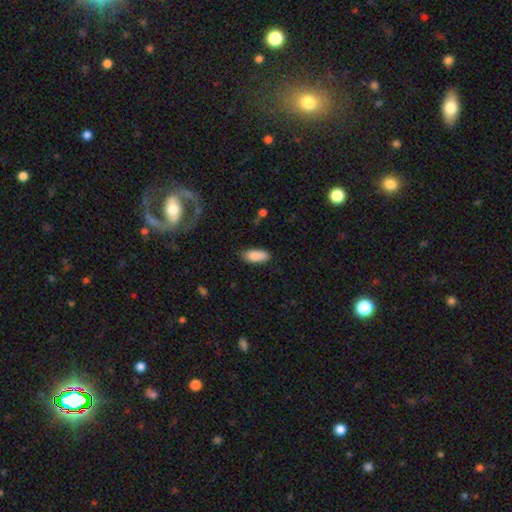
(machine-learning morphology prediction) A smooth galaxy with no disk features (88%) that is in between round and cigar-shaped (88%). Merging: none (80%).